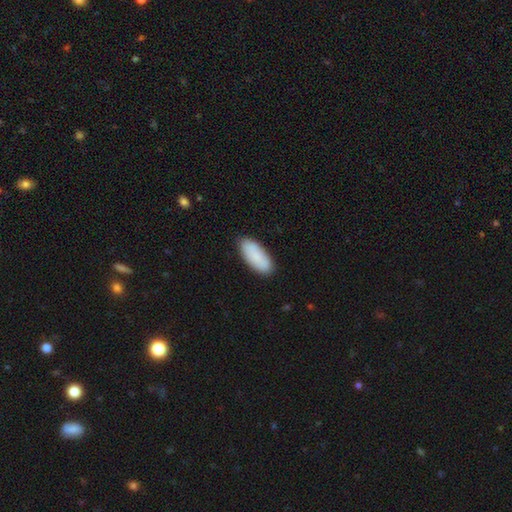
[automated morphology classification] A smooth galaxy with no disk features (85%) that is in between round and cigar-shaped (86%). Merging: none (87%).